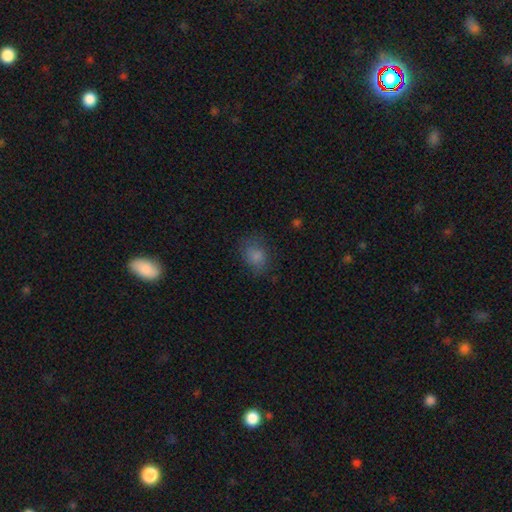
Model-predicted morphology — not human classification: This is likely a smooth galaxy (79%). How rounded: possibly in between (59%). Merging: likely none (68%).